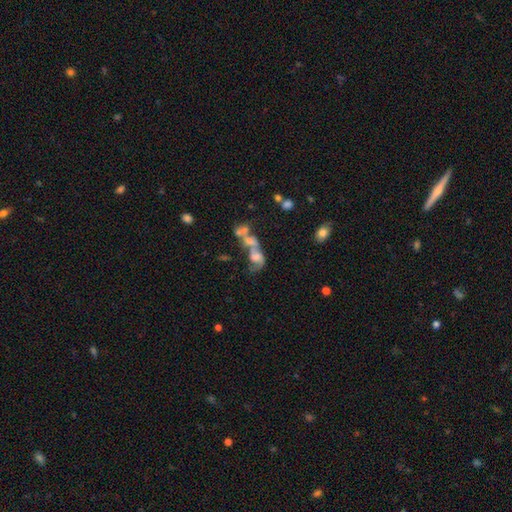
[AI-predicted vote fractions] Smooth or featured: featured or disk — 48% (smooth — 37%)
Merging: merger — 58% (major disturbance — 21%)